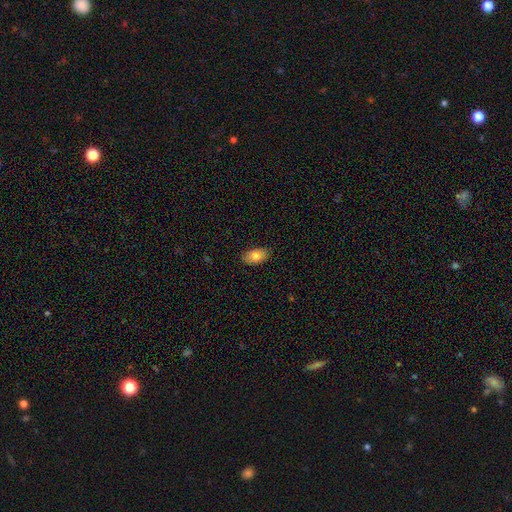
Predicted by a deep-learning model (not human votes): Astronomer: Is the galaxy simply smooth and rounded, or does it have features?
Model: smooth — 82%.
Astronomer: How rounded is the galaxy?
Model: in between — 93%.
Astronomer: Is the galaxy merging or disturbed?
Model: none — 86%.